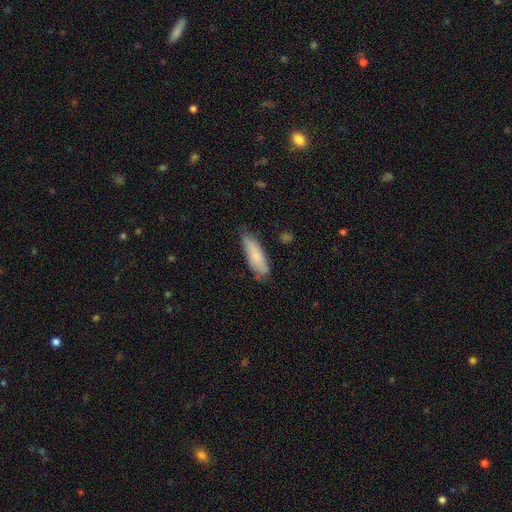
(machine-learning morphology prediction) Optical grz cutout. It shows a smooth galaxy with no disk features (77%) that is cigar-shaped (50%). Merging: none (71%).